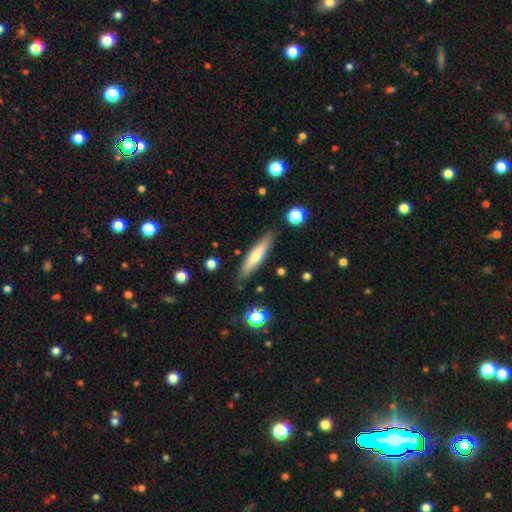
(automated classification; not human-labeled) Q: Smooth or featured?
A: smooth (62%); runner-up: featured or disk (32%)
Q: How rounded?
A: cigar-shaped (84%); runner-up: in between (14%)
Q: Merging?
A: none (85%); runner-up: minor disturbance (10%)